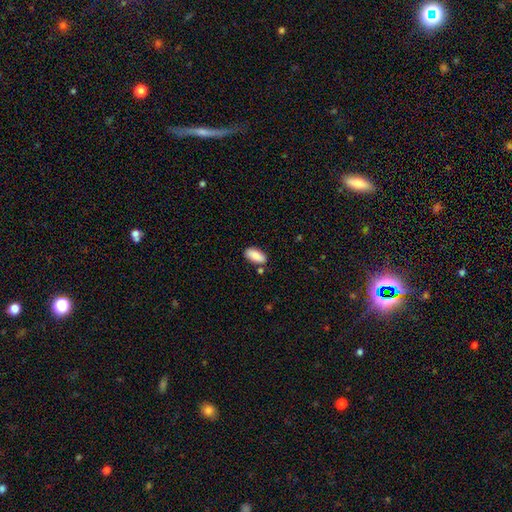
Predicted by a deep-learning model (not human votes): smooth 87%, featured or disk 7%, star or artifact 6%. Down the decision tree: how rounded — in between (90%); merging — none (80%).